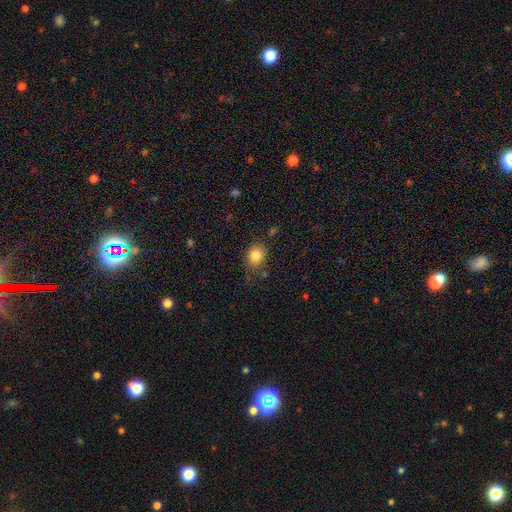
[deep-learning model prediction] Morphology: type=smooth (84%); roundness=round (59%); merging=none (74%).